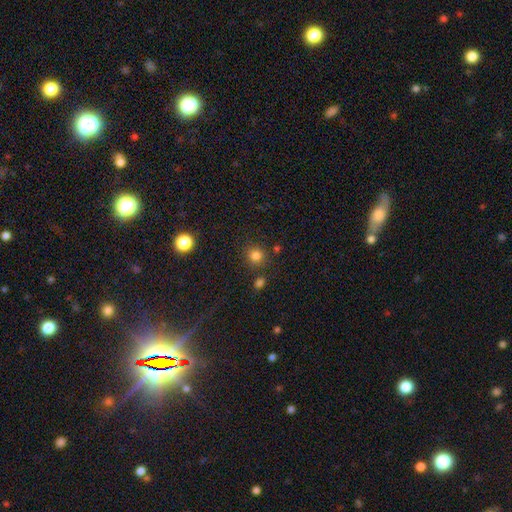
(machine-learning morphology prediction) A smooth galaxy with no disk features (81%) that is round (90%).

Vote fractions:
- Smooth or featured? smooth: 81% / star or artifact: 14% / featured or disk: 5%
- How rounded? round: 90% / in between: 9% / cigar-shaped: 1%
- Merging? none: 82% / minor disturbance: 9% / merger: 7% / major disturbance: 3%